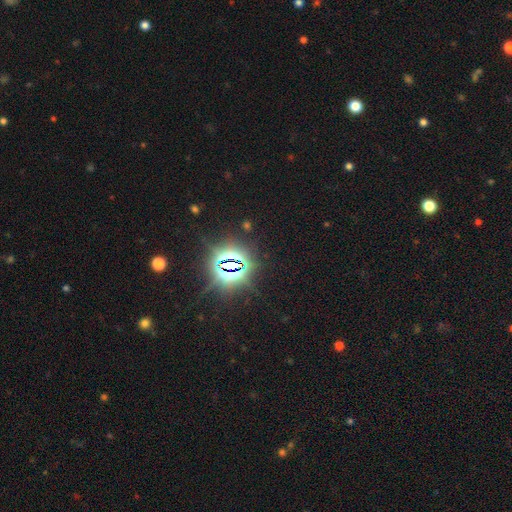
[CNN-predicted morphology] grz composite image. It shows a star or artifact, not a galaxy (85%).